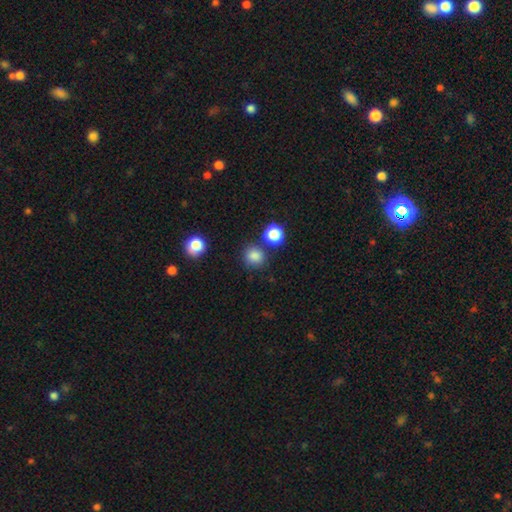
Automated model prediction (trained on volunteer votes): Smooth or featured? smooth (83%)
How rounded? round (88%)
Merging? none (78%)